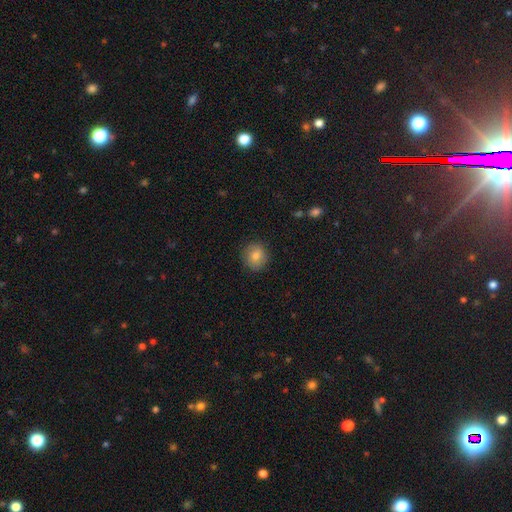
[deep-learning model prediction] This is likely a smooth galaxy (79%). How rounded: clearly round (84%). Merging: clearly none (88%).